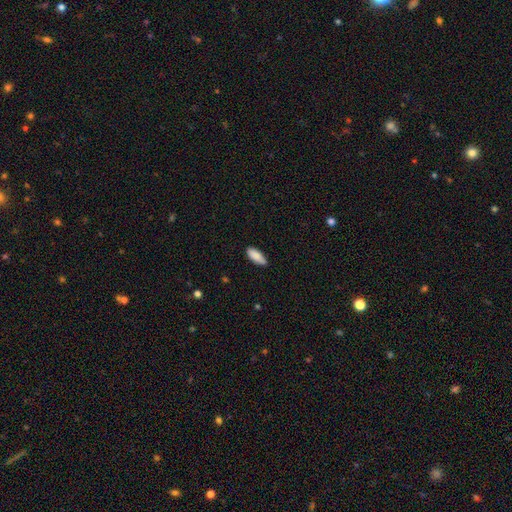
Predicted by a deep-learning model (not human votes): The model was most divided on "how rounded": in between: 77%, cigar-shaped: 21%, round: 2%. More confident: smooth or featured — smooth (88%); merging — none (78%).